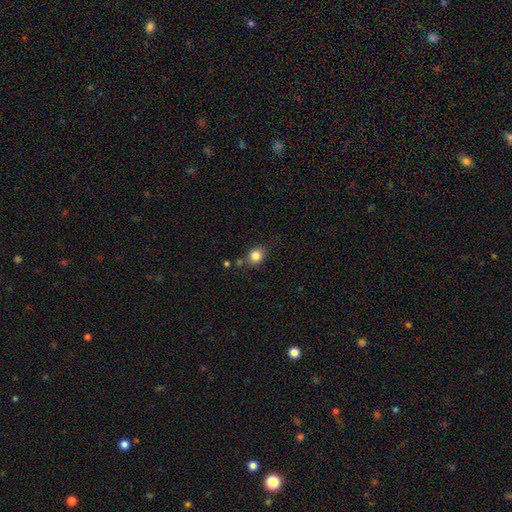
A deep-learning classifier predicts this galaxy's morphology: A smooth galaxy with no disk features (83%) that is round (74%).

Vote fractions:
- Smooth or featured? smooth: 83% / star or artifact: 11% / featured or disk: 7%
- How rounded? round: 74% / in between: 25% / cigar-shaped: 1%
- Merging? none: 70% / minor disturbance: 17% / merger: 9% / major disturbance: 5%